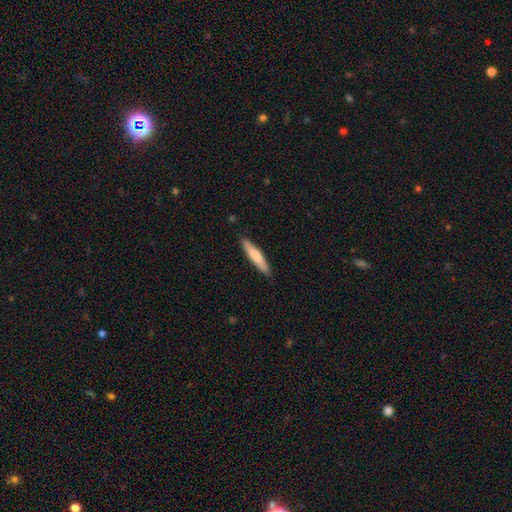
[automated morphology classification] smooth 70%, featured or disk 25%, star or artifact 5%. Down the decision tree: how rounded — cigar-shaped (87%); merging — none (88%).